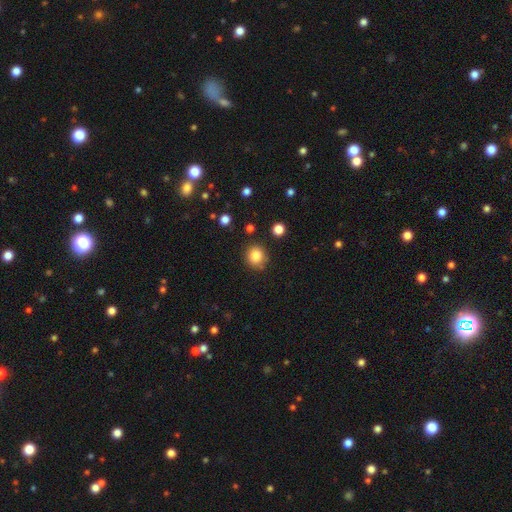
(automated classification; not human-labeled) Smooth or featured? smooth (85%)
How rounded? round (88%)
Merging? none (84%)